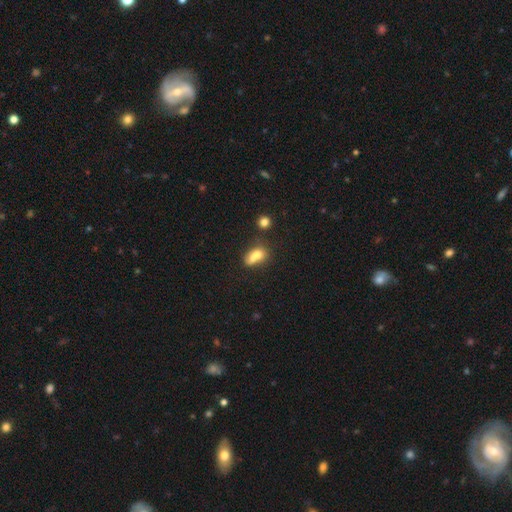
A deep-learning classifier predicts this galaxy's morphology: This appears to be a smooth galaxy with no disk features (69%) that is in between round and cigar-shaped (62%). Merging: merger (58%).